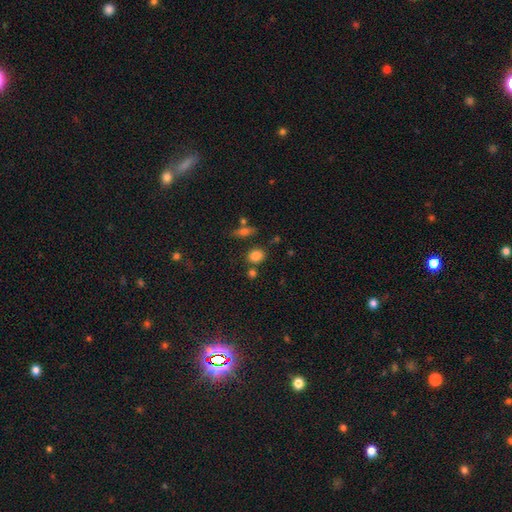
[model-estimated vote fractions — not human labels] Smooth or featured?
  - smooth: 82% *
  - star or artifact: 11%
  - featured or disk: 7%
How rounded?
  - round: 58% *
  - in between: 40%
  - cigar-shaped: 2%
Merging?
  - none: 74% *
  - merger: 12%
  - minor disturbance: 11%
  - major disturbance: 3%